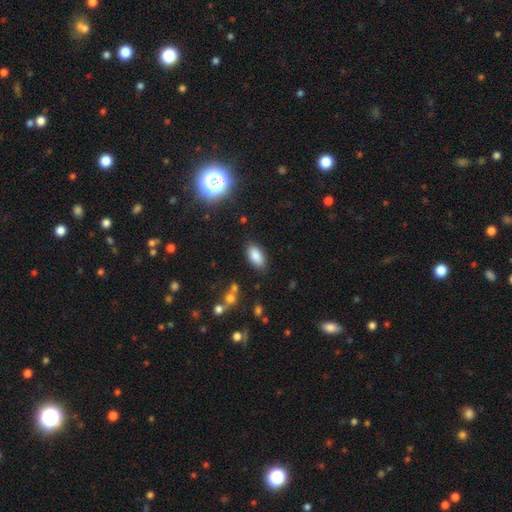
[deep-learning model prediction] A smooth galaxy with no disk features (85%) that is in between round and cigar-shaped (92%). Merging: none (85%).